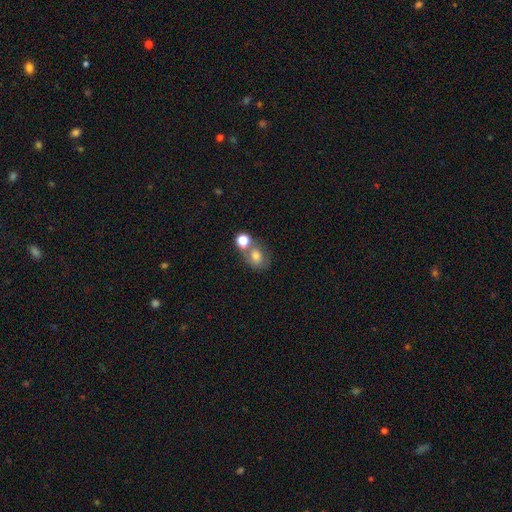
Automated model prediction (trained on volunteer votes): This is likely a smooth galaxy (73%). How rounded: possibly round (56%). Merging: marginally merger (44%).